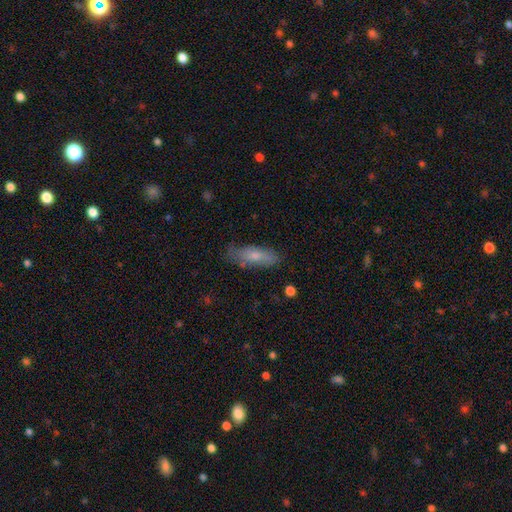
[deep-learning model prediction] Smooth or featured: smooth — 65% (featured or disk — 27%)
How rounded: cigar-shaped — 50% (in between — 48%)
Merging: none — 78% (minor disturbance — 17%)